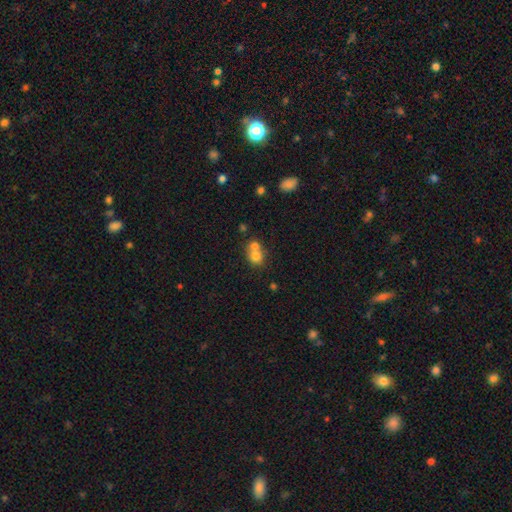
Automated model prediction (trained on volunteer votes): The model was most divided on "merging": merger: 59%, none: 34%, minor disturbance: 5%, major disturbance: 2%. More confident: how rounded — round (79%); smooth or featured — smooth (75%).